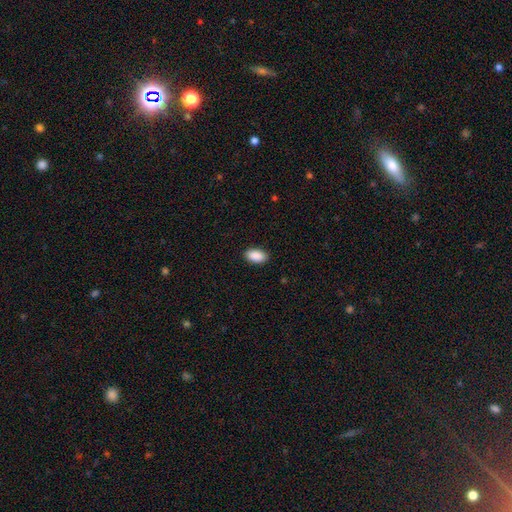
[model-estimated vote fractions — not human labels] Smooth or featured? Predicted: smooth (p=0.91). How rounded? Predicted: in between (p=0.94). Merging? Predicted: none (p=0.90).